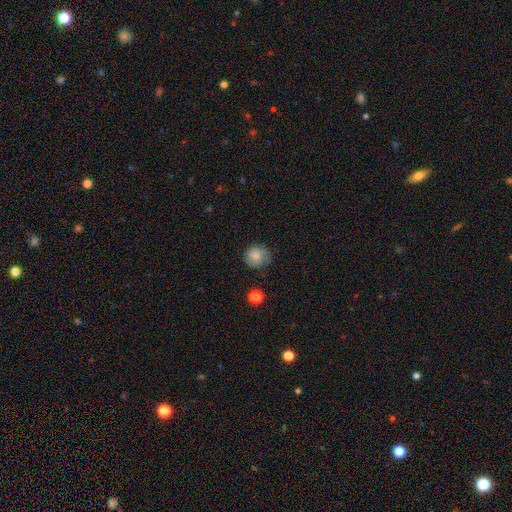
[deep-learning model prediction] Morphology: type=smooth (75%); roundness=round (84%); merging=none (72%).